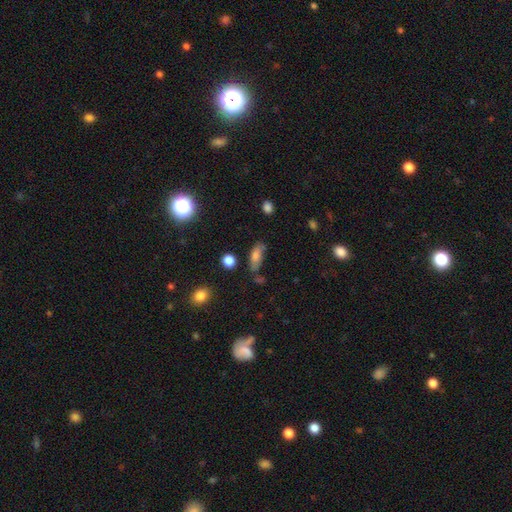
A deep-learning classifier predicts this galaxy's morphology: type=smooth (72%); roundness=in between (78%); merging=none (60%).